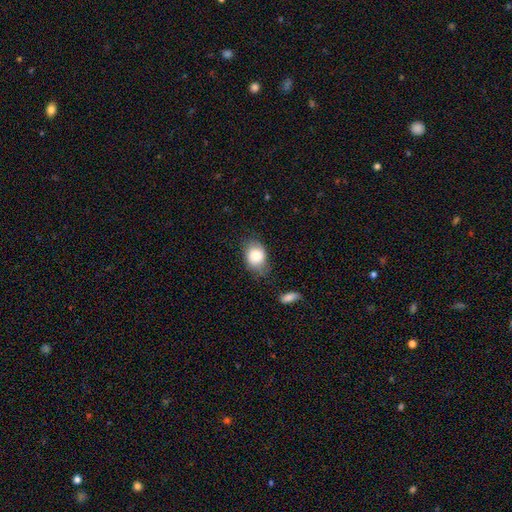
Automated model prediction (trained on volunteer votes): smooth 78%, featured or disk 14%, star or artifact 8%. Down the decision tree: how rounded — in between (63%); merging — none (70%).